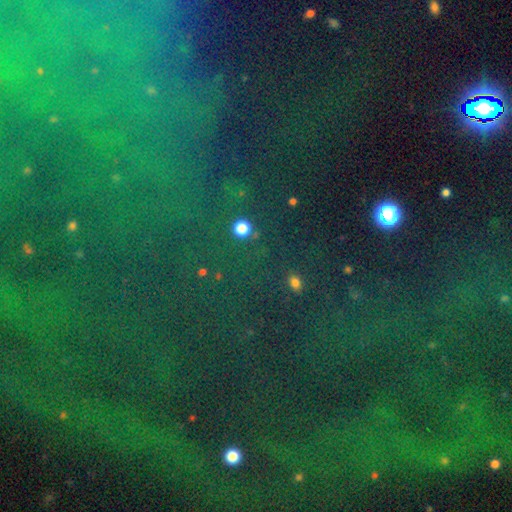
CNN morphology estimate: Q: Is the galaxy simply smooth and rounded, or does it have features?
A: star or artifact — 79%.